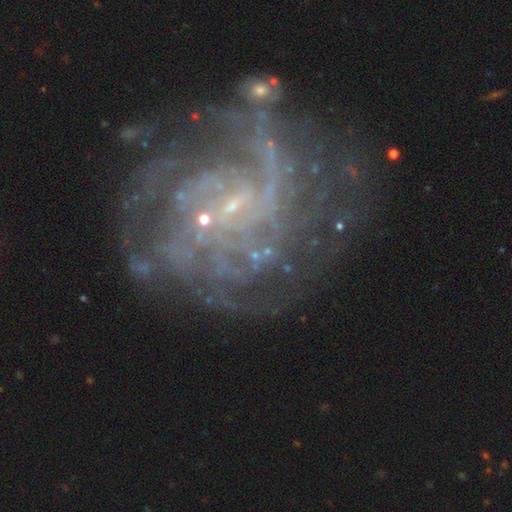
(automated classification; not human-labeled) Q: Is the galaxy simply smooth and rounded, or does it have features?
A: featured or disk — 82%.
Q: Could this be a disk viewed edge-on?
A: no — 98%.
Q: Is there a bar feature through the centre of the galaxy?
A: weak — 41%.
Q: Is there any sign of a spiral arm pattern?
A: yes — 94%.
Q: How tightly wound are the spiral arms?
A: tight — 57%.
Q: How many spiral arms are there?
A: can't tell — 26%.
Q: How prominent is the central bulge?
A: small — 76%.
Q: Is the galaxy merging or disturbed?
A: none — 64%.